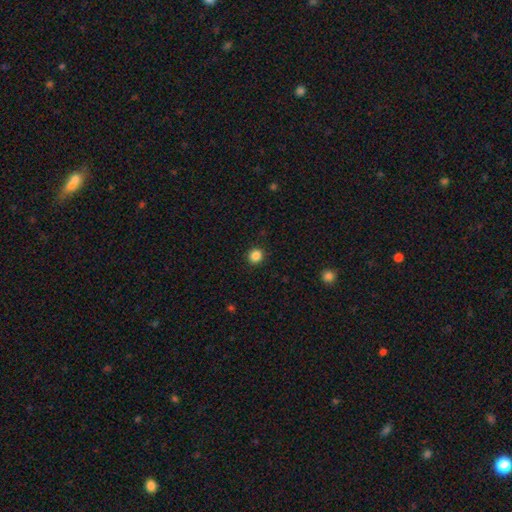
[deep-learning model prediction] This appears to be a smooth galaxy with no disk features (86%) that is round (87%). Merging: none (91%).